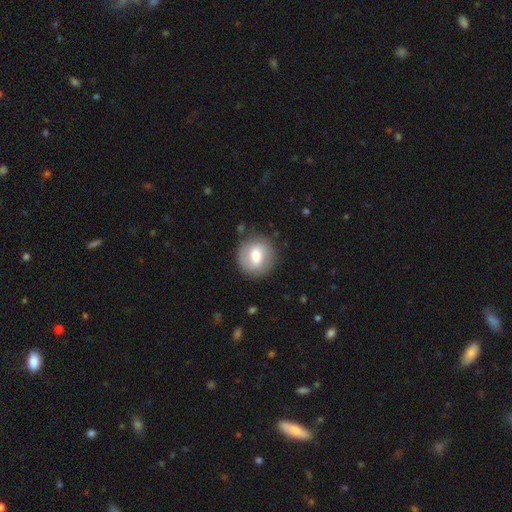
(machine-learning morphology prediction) This appears to be a smooth galaxy with no disk features (67%) that is round (89%). Merging: none (85%).